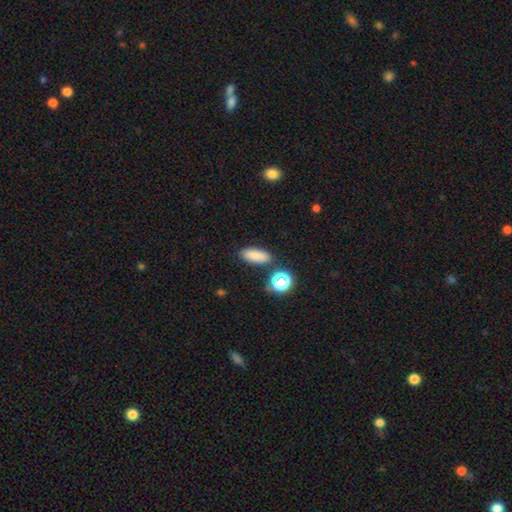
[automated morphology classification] smooth 82%, star or artifact 12%, featured or disk 6%. Down the decision tree: how rounded — in between (77%); merging — none (82%).